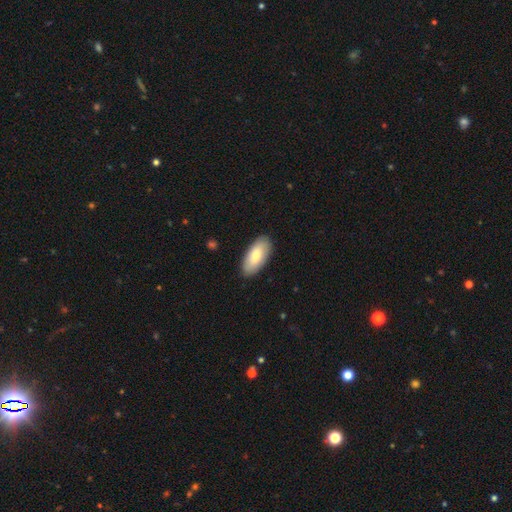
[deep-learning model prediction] A smooth galaxy with no disk features (78%) that is in between round and cigar-shaped (91%). Merging: none (88%).